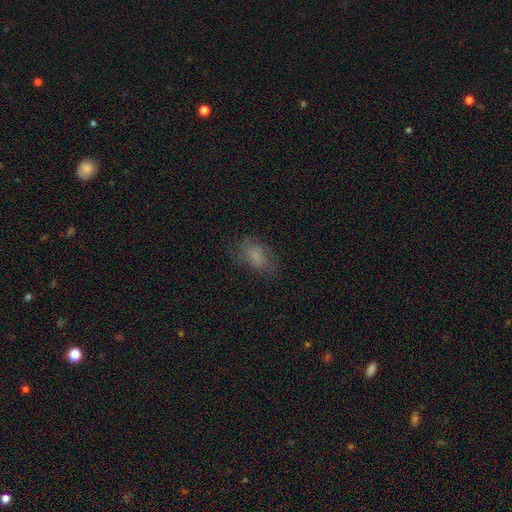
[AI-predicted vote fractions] smooth-or-featured: smooth: 65% | featured or disk: 22% | star or artifact: 13%
  how-rounded: in between: 84% | round: 13% | cigar-shaped: 3%
  merging: none: 63% | minor disturbance: 22% | major disturbance: 14% | merger: 1%